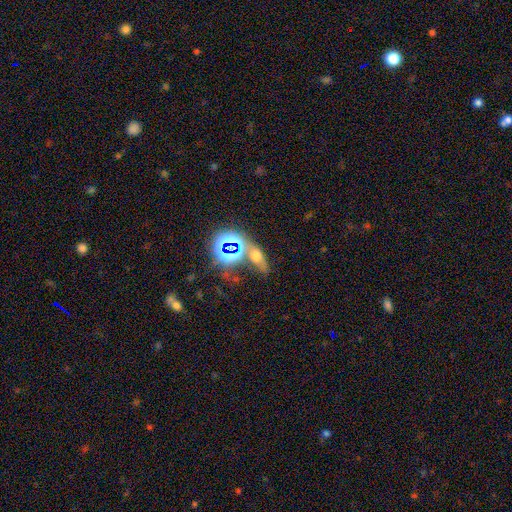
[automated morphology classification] This is marginally a star or artifact rather than a galaxy (40%).